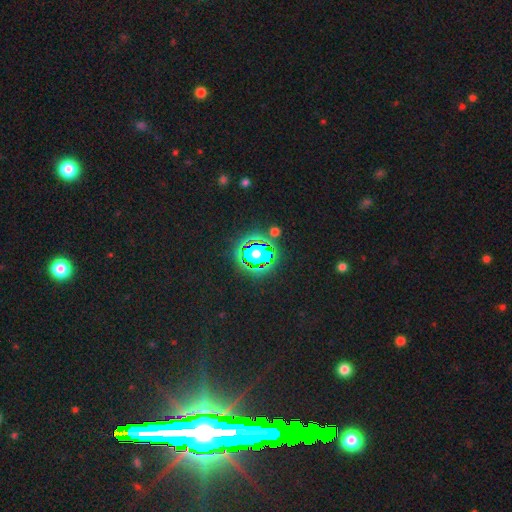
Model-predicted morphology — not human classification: A star or artifact, not a galaxy (63%).